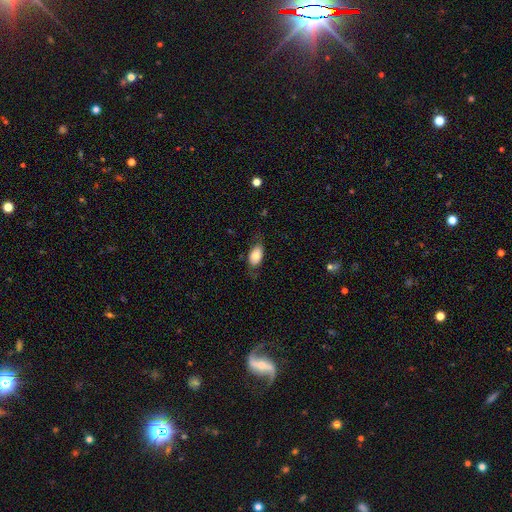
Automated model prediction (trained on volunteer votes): Smooth or featured?
  - smooth: 72% *
  - featured or disk: 21%
  - star or artifact: 7%
How rounded?
  - in between: 90% *
  - round: 6%
  - cigar-shaped: 4%
Merging?
  - none: 66% *
  - minor disturbance: 21%
  - major disturbance: 12%
  - merger: 1%